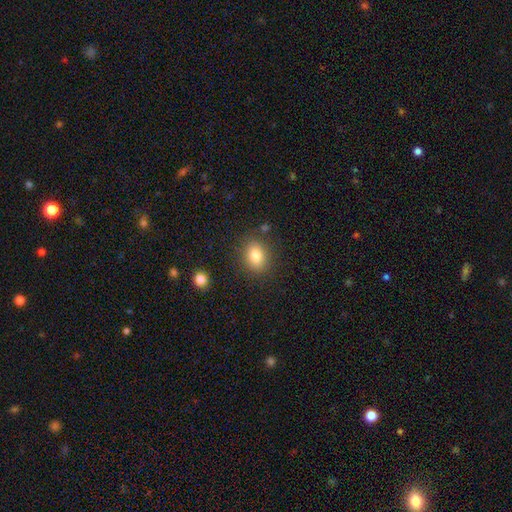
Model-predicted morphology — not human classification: A smooth galaxy with no disk features (82%) that is in between round and cigar-shaped (52%).

Vote fractions:
- Smooth or featured? smooth: 82% / star or artifact: 10% / featured or disk: 8%
- How rounded? in between: 52% / round: 47% / cigar-shaped: 1%
- Merging? none: 84% / minor disturbance: 10% / major disturbance: 3% / merger: 3%